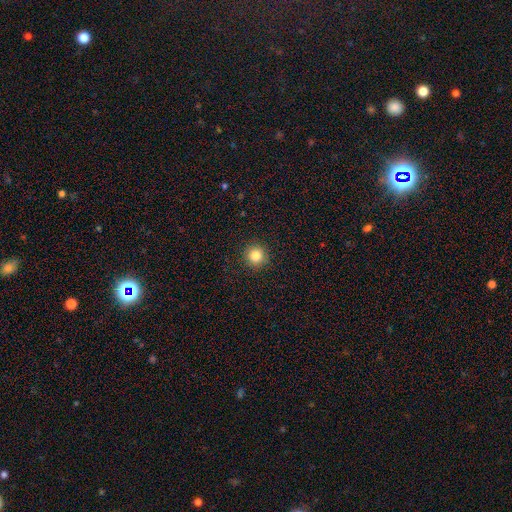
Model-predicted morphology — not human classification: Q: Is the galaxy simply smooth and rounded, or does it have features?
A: smooth — 83%.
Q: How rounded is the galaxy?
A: round — 95%.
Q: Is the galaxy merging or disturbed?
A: none — 92%.